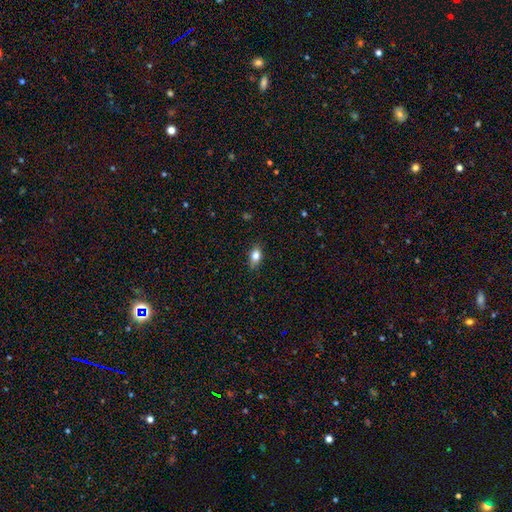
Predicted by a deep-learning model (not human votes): Overall: smooth (77%). How rounded: in between (81%). Merging: none (83%).